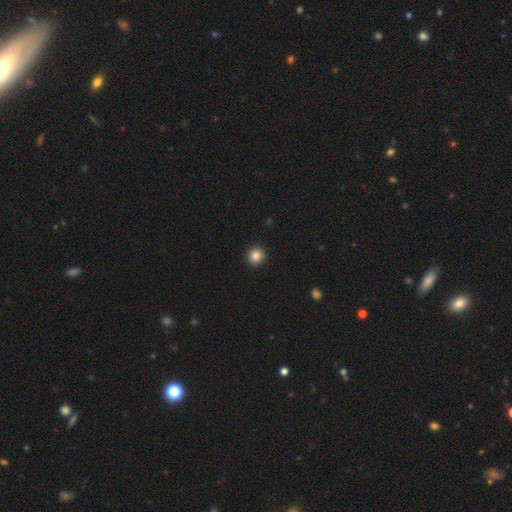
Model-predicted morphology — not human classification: Q: Smooth or featured?
A: smooth (86%); runner-up: star or artifact (10%)
Q: How rounded?
A: round (92%); runner-up: in between (7%)
Q: Merging?
A: none (93%); runner-up: minor disturbance (5%)